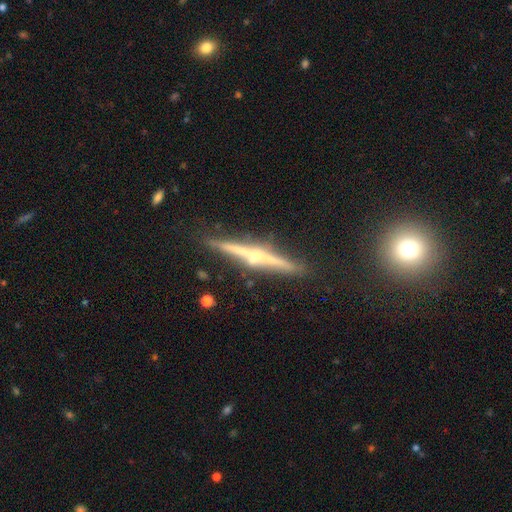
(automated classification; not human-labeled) A featured or disk galaxy (82%) viewed edge-on (98%) with a rounded central bulge (73%). Merging: none (87%).